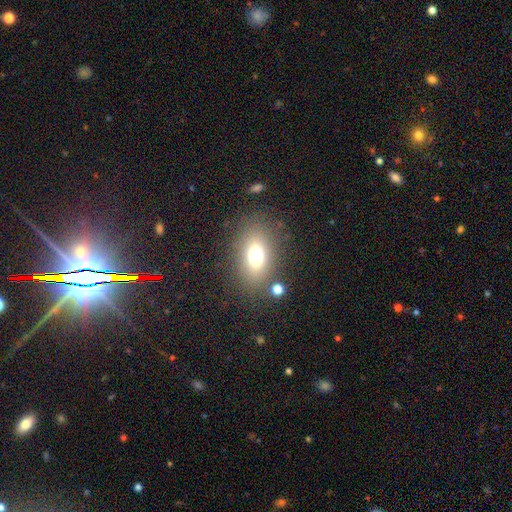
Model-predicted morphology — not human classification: The model was most divided on "smooth or featured": smooth: 69%, featured or disk: 15%, star or artifact: 15%. More confident: merging — none (77%); how rounded — in between (77%).